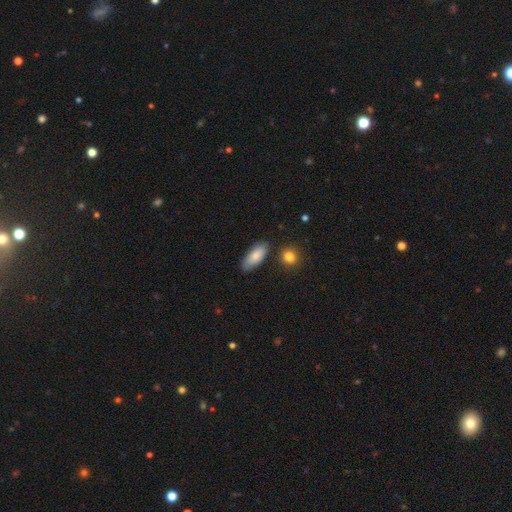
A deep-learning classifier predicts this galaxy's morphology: A smooth galaxy with no disk features (84%) that is in between round and cigar-shaped (82%). Merging: none (81%).